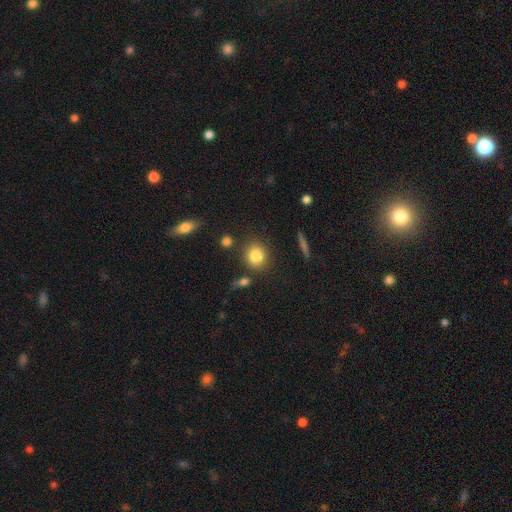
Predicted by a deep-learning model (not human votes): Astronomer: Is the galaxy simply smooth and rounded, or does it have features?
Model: smooth — 82%.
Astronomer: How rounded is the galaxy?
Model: round — 75%.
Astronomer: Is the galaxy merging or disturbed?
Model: none — 80%.